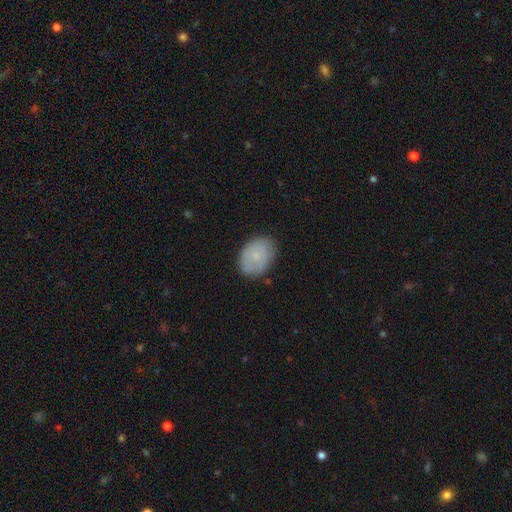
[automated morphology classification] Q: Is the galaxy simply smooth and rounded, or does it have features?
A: smooth — 74%.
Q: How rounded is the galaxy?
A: in between — 76%.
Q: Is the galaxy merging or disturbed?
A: none — 78%.